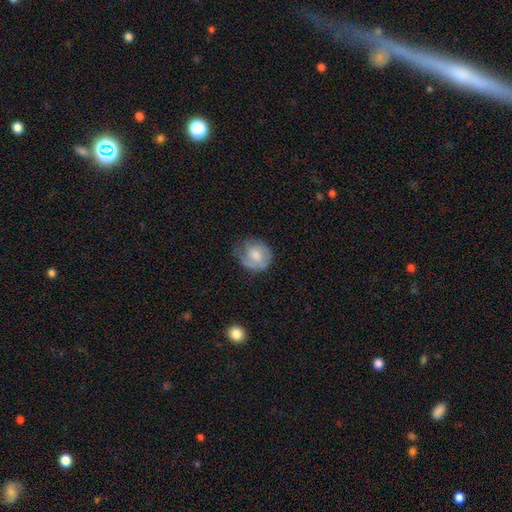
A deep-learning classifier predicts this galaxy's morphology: This appears to be a smooth galaxy with no disk features (60%) that is round (75%). Merging: none (54%).